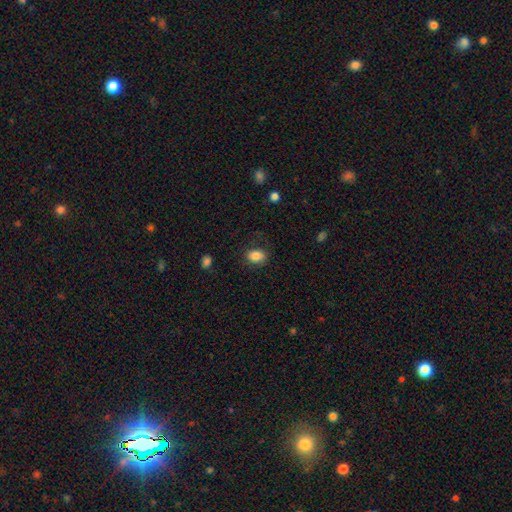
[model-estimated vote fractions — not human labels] Smooth or featured? Predicted: smooth (p=0.84). How rounded? Predicted: in between (p=0.74). Merging? Predicted: none (p=0.80).